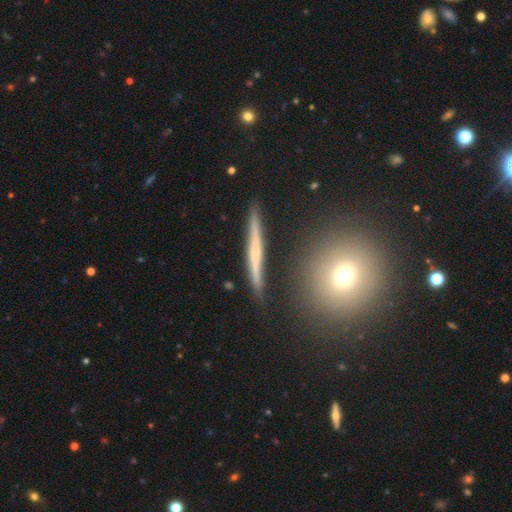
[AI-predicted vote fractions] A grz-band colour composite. It shows a featured or disk galaxy (58%) viewed edge-on (95%) with no central bulge (62%). Merging: none (84%).